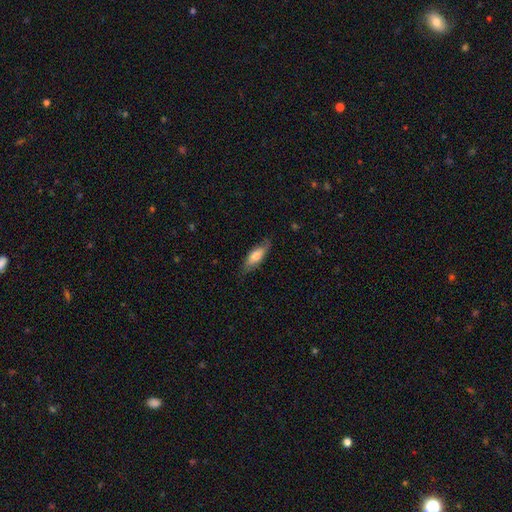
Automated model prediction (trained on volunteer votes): The model was most divided on "how rounded": in between: 67%, cigar-shaped: 31%, round: 2%. More confident: merging — none (76%); smooth or featured — smooth (65%).